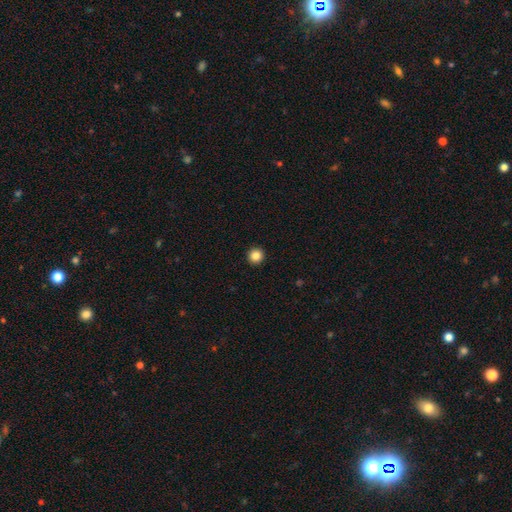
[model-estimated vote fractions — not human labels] A smooth galaxy with no disk features (86%) that is round (95%). Merging: none (94%).